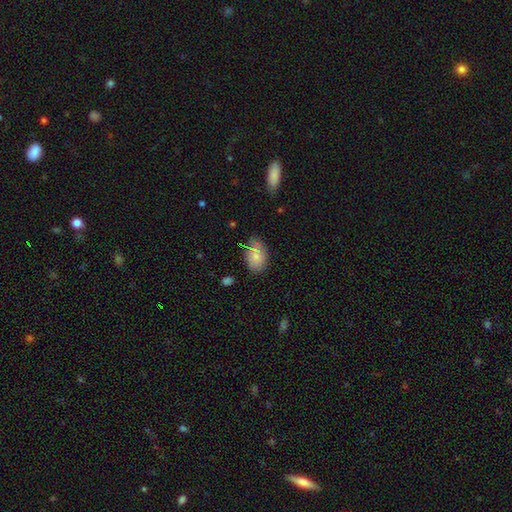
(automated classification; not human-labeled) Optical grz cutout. It shows a smooth galaxy with no disk features (71%) that is in between round and cigar-shaped (81%). Merging: none (78%).